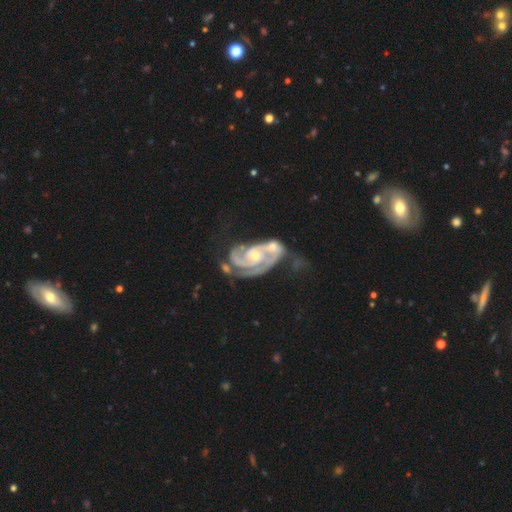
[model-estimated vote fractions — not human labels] Overall: featured or disk (91%). Edge-on disk: no (98%). Bar: no (60%; weak 30%). Spiral arms: yes (97%). Spiral arm count: 2 (59%; 3 20%). Spiral winding: tight (57%; medium 35%). Bulge size: small (61%; moderate 35%). Merging: merger (39%; none 26%).